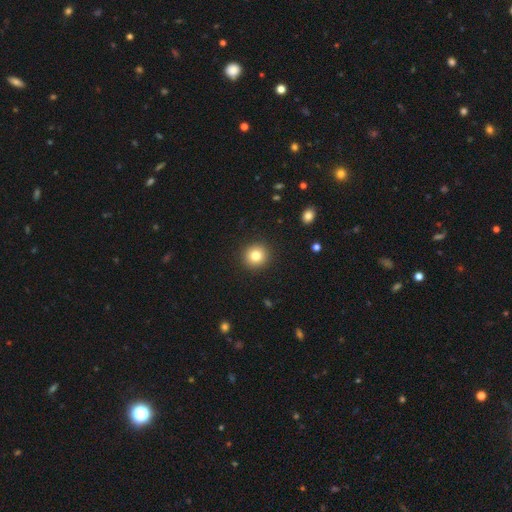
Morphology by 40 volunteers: smooth 88%, star or artifact 8%, featured or disk 5%. Down the decision tree: how rounded — round (97%); merging — none (97%).